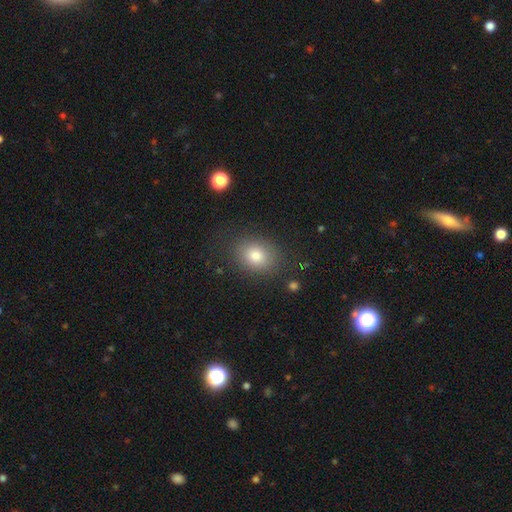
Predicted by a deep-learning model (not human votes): This is clearly a smooth galaxy (80%). How rounded: possibly in between (50%). Merging: clearly none (82%).